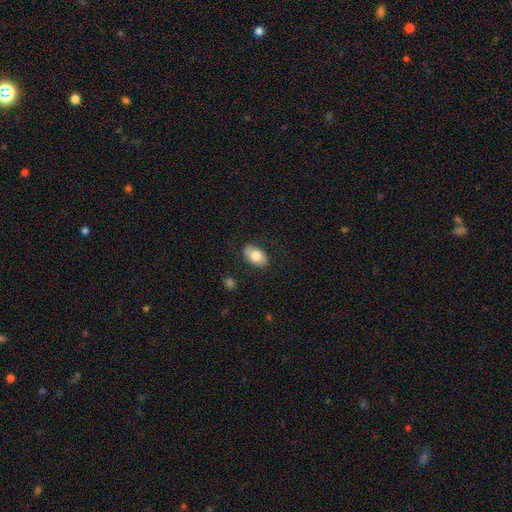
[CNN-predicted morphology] A smooth galaxy with no disk features (79%) that is in between round and cigar-shaped (90%). Merging: none (84%).